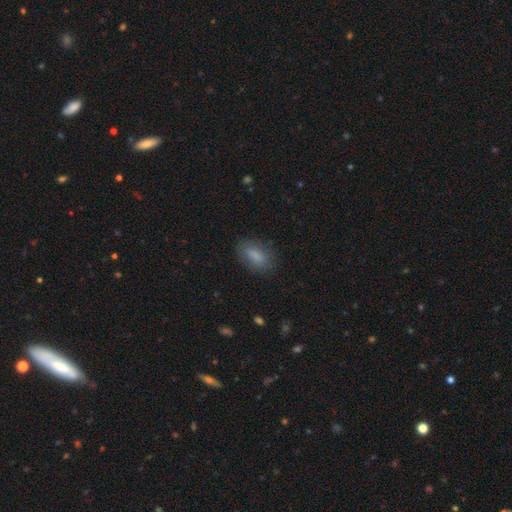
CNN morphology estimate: Q: Smooth or featured?
A: smooth (81%); runner-up: featured or disk (11%)
Q: How rounded?
A: in between (86%); runner-up: cigar-shaped (8%)
Q: Merging?
A: none (80%); runner-up: minor disturbance (14%)